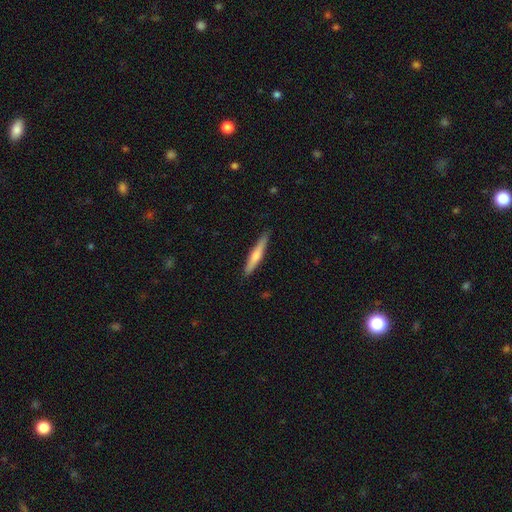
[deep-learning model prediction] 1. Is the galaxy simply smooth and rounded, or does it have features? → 60% smooth, 35% featured or disk, 5% star or artifact.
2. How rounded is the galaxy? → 92% cigar-shaped, 6% in between, 1% round.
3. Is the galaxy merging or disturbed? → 87% none, 10% minor disturbance, 2% major disturbance, 1% merger.